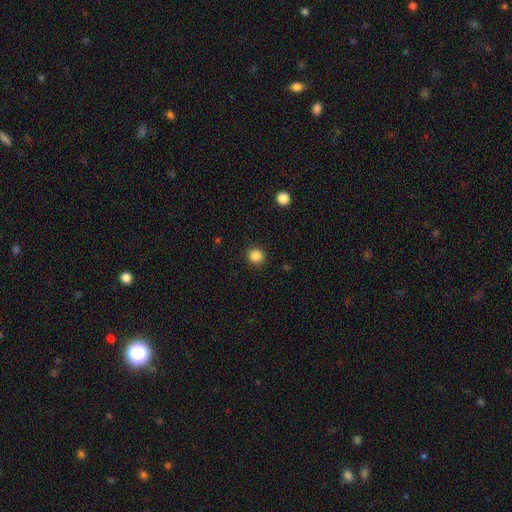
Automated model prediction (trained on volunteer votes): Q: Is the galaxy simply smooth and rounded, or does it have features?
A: smooth — 86%.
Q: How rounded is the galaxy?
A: round — 94%.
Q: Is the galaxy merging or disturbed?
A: none — 92%.